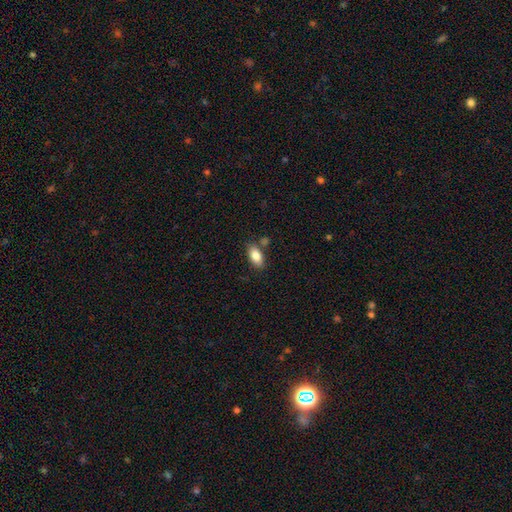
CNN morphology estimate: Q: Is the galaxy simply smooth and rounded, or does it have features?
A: smooth — 85%.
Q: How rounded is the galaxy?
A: in between — 91%.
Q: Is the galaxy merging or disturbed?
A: none — 76%.